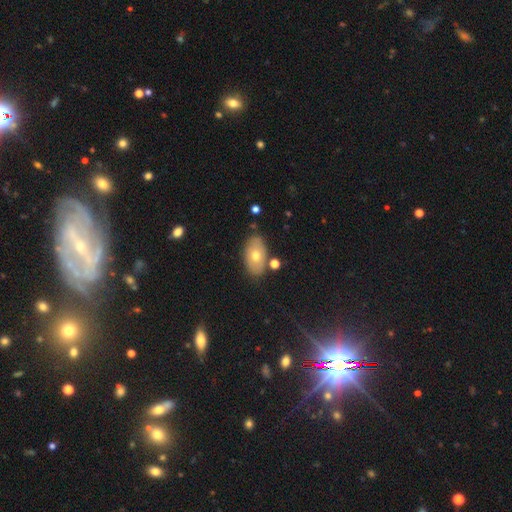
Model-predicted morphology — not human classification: Smooth or featured: smooth — 64% (featured or disk — 28%)
How rounded: in between — 91% (round — 7%)
Merging: none — 79% (minor disturbance — 13%)